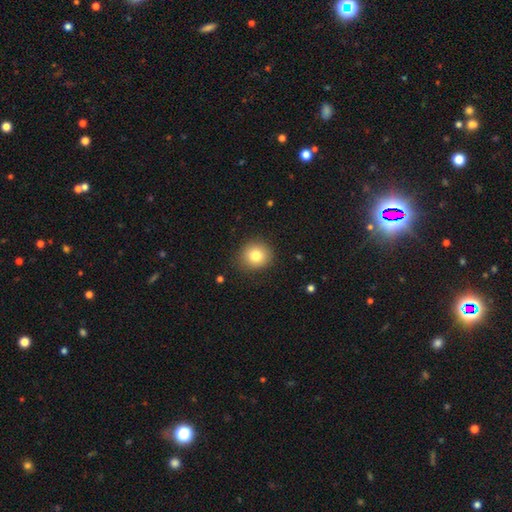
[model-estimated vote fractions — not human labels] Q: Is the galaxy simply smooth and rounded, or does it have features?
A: smooth — 81%.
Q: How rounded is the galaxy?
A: round — 85%.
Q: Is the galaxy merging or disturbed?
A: none — 87%.